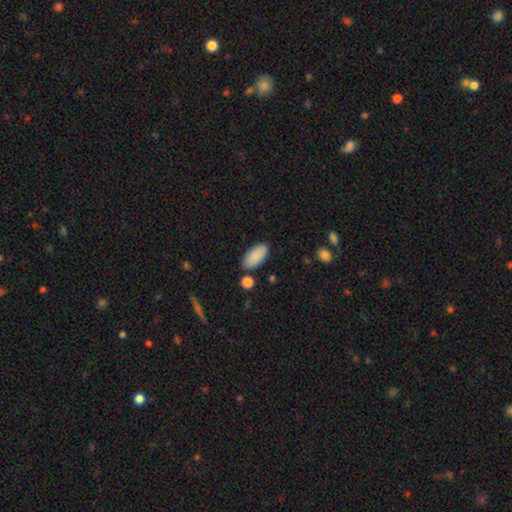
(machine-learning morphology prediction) Overall: smooth (89%). How rounded: in between (92%). Merging: none (83%).